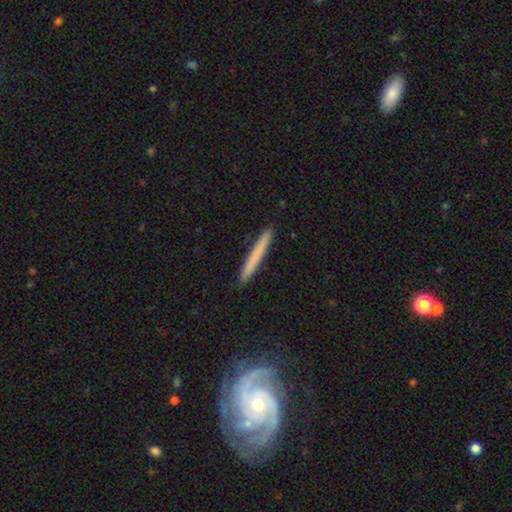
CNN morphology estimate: smooth-or-featured: smooth: 67% | featured or disk: 27% | star or artifact: 6%
  how-rounded: cigar-shaped: 97% | in between: 2% | round: 1%
  merging: none: 91% | minor disturbance: 6% | major disturbance: 1% | merger: 1%